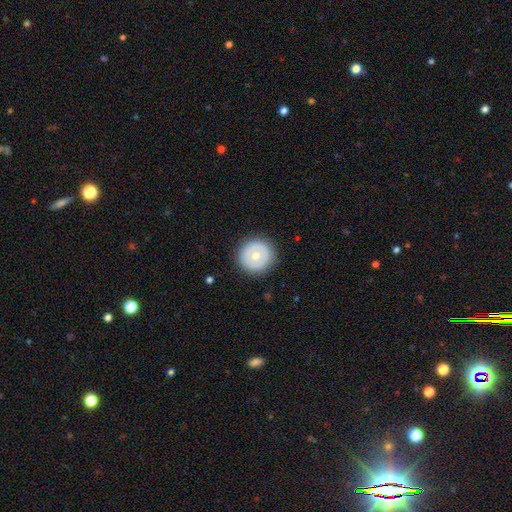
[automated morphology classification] smooth_or_featured: smooth (p=0.54) [alt: featured or disk p=0.39]
how_rounded: round (p=0.95) [alt: in between p=0.04]
merging: none (p=0.89) [alt: minor disturbance p=0.07]